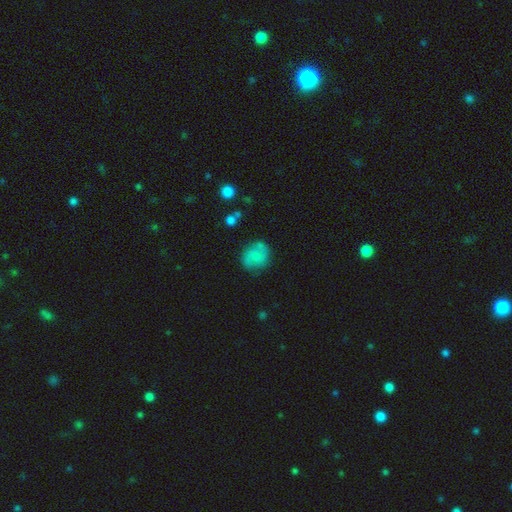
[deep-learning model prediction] This is possibly a smooth galaxy (52%). How rounded: likely round (75%). Merging: likely none (69%).